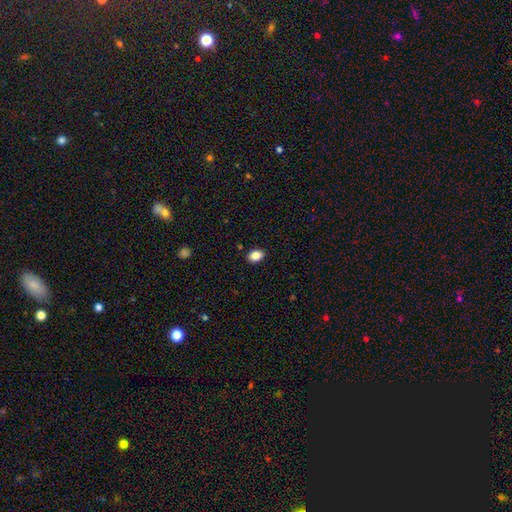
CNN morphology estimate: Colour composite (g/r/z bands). It shows a smooth galaxy with no disk features (86%) that is in between round and cigar-shaped (79%). Merging: none (89%).